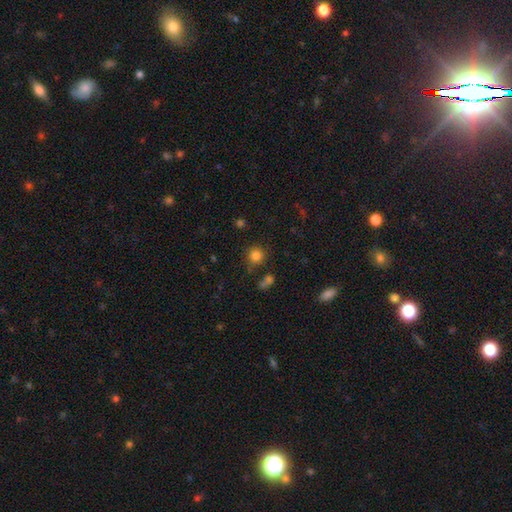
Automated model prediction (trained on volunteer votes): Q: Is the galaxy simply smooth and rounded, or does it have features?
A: smooth — 82%.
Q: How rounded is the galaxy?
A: round — 90%.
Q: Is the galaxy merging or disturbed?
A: none — 75%.